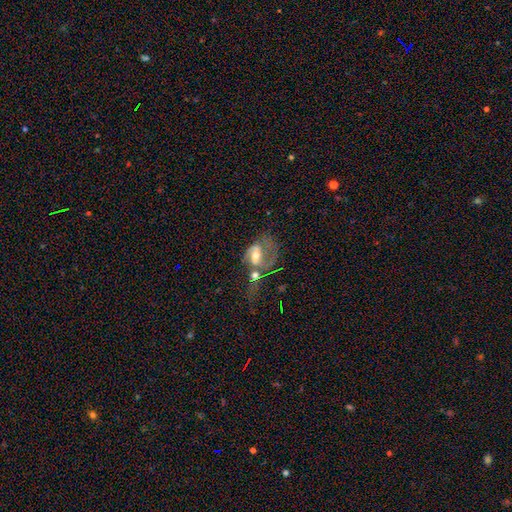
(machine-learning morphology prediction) Smooth or featured? featured or disk (68%)
Edge-on disk? no (97%)
Bar? weak (43%)
Spiral arms? yes (78%)
Spiral winding? loose (44%)
Spiral arm count? 2 (66%)
Bulge size? moderate (66%)
Merging? merger (38%)